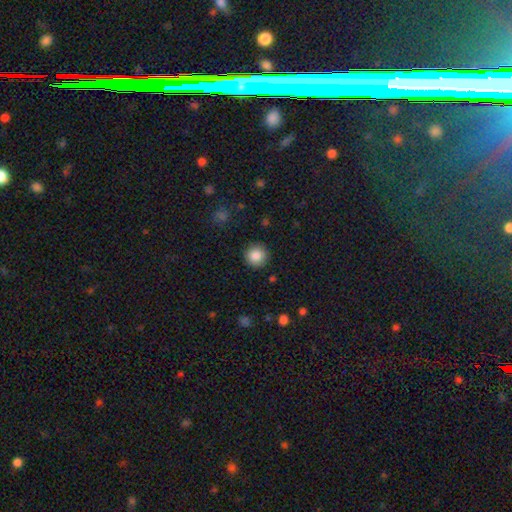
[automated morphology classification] Smooth or featured?
  - smooth: 86% *
  - star or artifact: 9%
  - featured or disk: 4%
How rounded?
  - round: 94% *
  - in between: 5%
  - cigar-shaped: 1%
Merging?
  - none: 90% *
  - minor disturbance: 6%
  - major disturbance: 2%
  - merger: 1%